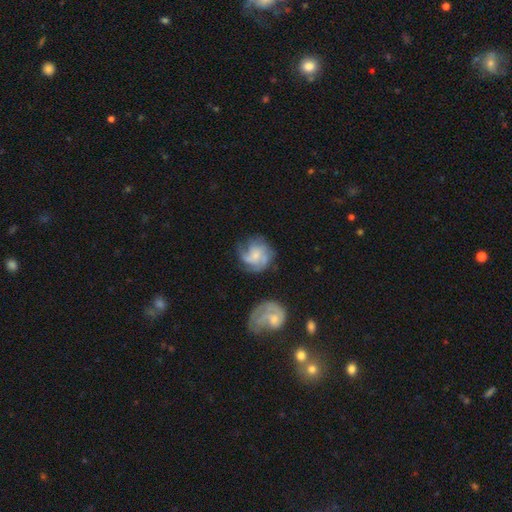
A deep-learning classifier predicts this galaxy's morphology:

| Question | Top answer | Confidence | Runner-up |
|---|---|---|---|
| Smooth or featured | featured or disk | 73% | smooth (19%) |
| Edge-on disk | no | 98% | yes (2%) |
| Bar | no | 69% | weak (27%) |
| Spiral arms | yes | 93% | no (7%) |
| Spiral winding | medium | 41% | tight (39%) |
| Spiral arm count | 3 | 30% | 4 (25%) |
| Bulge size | small | 56% | moderate (26%) |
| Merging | none | 64% | minor disturbance (18%) |